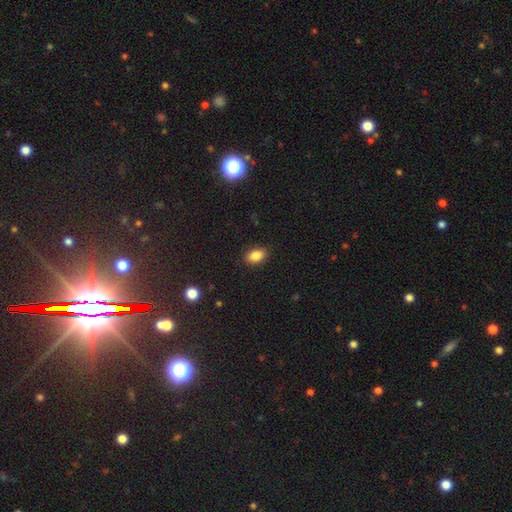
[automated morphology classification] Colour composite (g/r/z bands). It shows a smooth galaxy with no disk features (86%) that is in between round and cigar-shaped (87%). Merging: none (87%).